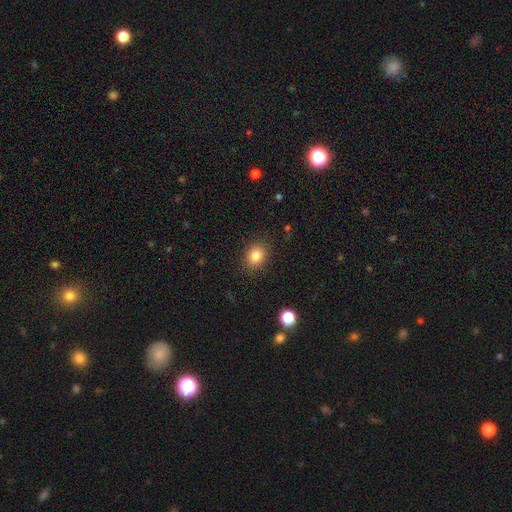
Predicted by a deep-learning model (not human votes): This appears to be a smooth galaxy with no disk features (83%) that is round (56%). Merging: none (86%).